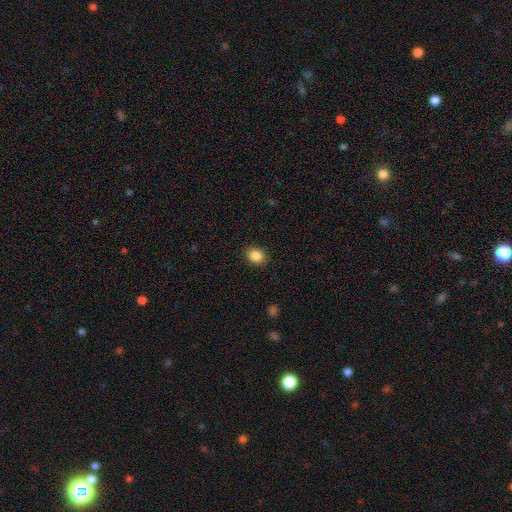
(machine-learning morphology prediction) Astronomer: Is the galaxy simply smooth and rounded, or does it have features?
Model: smooth — 87%.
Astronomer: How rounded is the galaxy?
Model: round — 51% (runner-up: in between, 48%).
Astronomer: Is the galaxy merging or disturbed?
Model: none — 90%.